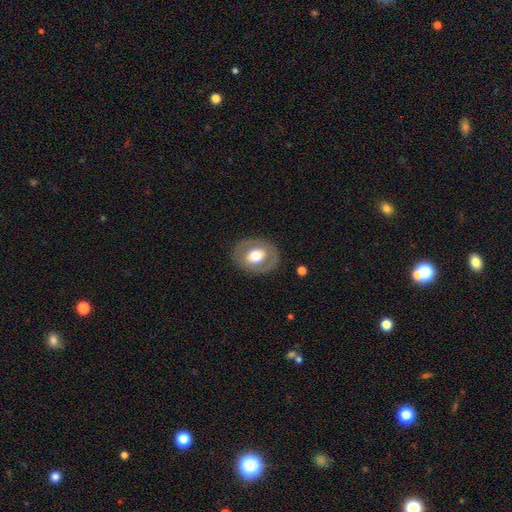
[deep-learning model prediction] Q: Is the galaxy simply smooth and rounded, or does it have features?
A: smooth — 52%.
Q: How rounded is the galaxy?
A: in between — 53%.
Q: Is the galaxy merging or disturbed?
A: none — 84%.